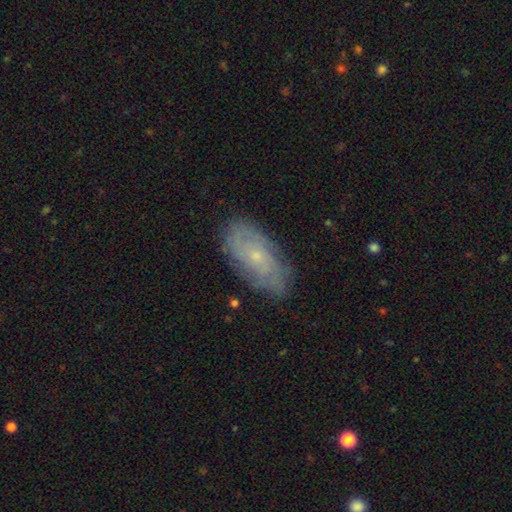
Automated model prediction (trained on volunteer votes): Smooth or featured? featured or disk (64%)
Edge-on disk? no (92%)
Bar? no (79%)
Spiral arms? yes (82%)
Bulge size? small (79%)
Merging? none (77%)